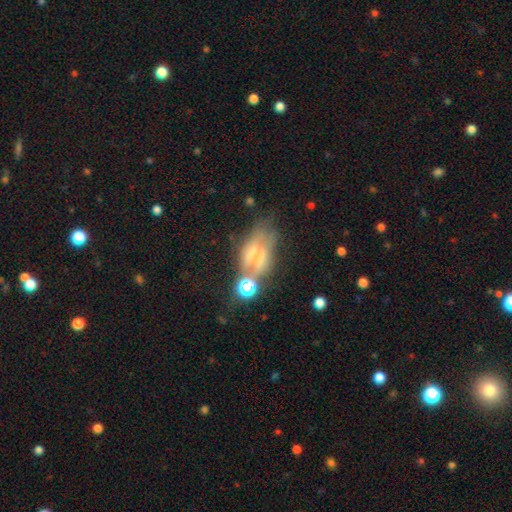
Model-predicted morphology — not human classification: This appears to be a featured or disk galaxy (45%). Merging: none (29%).